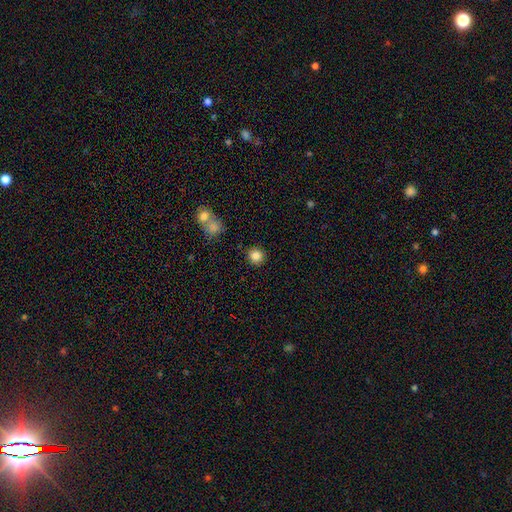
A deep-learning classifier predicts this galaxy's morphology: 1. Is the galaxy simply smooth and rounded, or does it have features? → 85% smooth, 10% star or artifact, 5% featured or disk.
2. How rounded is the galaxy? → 92% round, 7% in between, 1% cigar-shaped.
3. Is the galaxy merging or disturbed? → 89% none, 6% minor disturbance, 3% merger, 2% major disturbance.